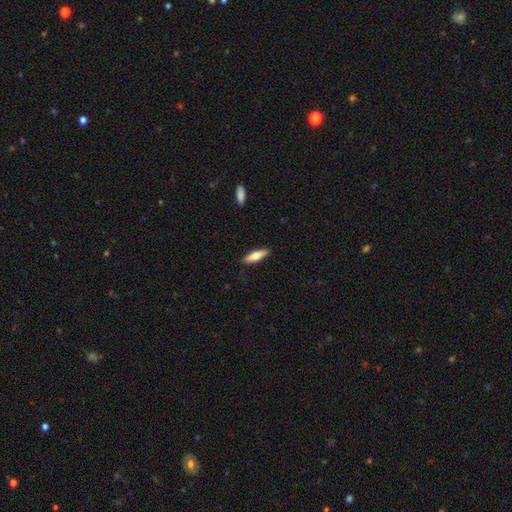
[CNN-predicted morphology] Q: Smooth or featured?
A: smooth (72%); runner-up: featured or disk (23%)
Q: How rounded?
A: cigar-shaped (57%); runner-up: in between (42%)
Q: Merging?
A: none (88%); runner-up: minor disturbance (9%)